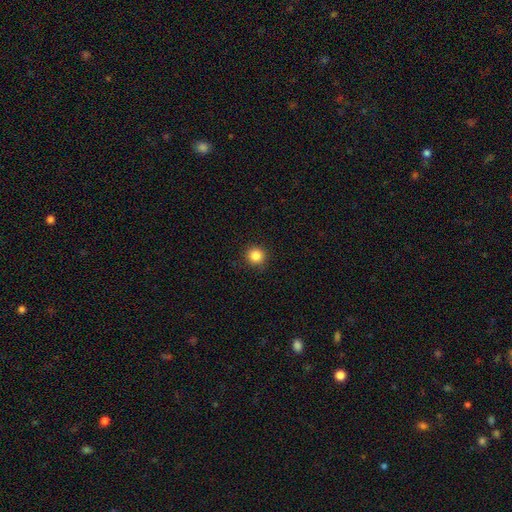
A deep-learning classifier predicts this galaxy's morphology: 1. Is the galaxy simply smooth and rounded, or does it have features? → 85% smooth, 11% star or artifact, 4% featured or disk.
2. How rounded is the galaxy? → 94% round, 5% in between, 1% cigar-shaped.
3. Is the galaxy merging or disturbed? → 92% none, 6% minor disturbance, 2% major disturbance, 1% merger.